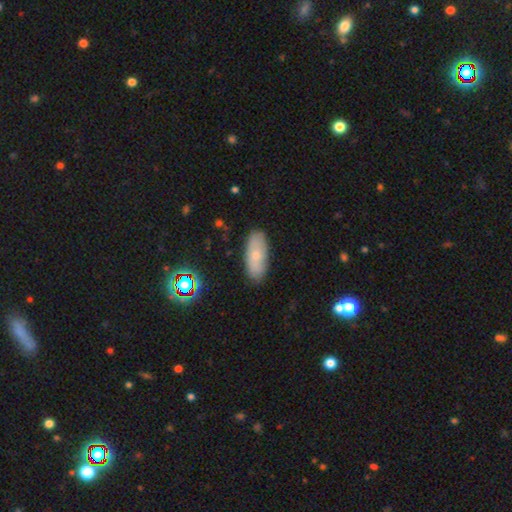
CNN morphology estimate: smooth 65%, featured or disk 26%, star or artifact 9%. Down the decision tree: how rounded — in between (82%); merging — none (84%).